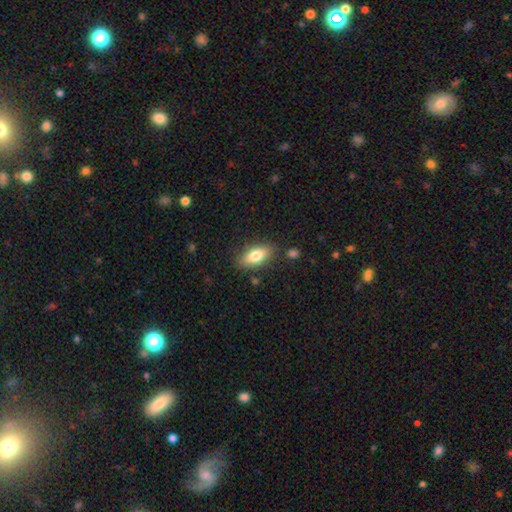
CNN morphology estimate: The model was most divided on "smooth or featured": smooth: 74%, featured or disk: 19%, star or artifact: 7%. More confident: how rounded — in between (82%); merging — none (82%).